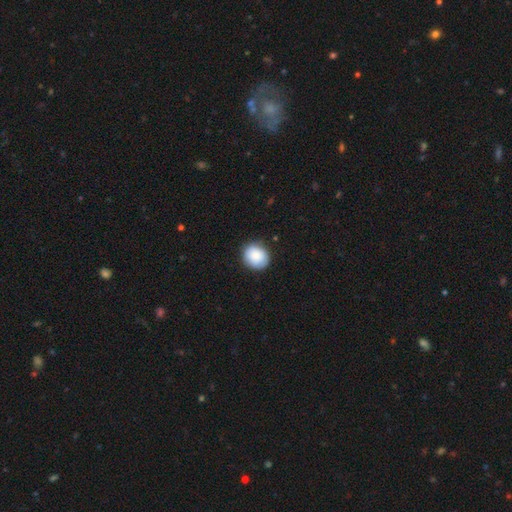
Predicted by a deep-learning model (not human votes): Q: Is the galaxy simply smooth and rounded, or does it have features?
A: smooth — 86%.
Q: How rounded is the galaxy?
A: round — 70%.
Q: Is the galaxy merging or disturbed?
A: none — 83%.